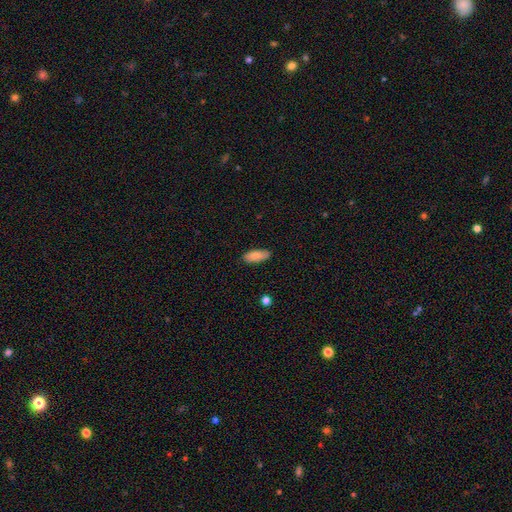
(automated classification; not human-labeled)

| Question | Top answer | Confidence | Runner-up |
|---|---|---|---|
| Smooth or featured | smooth | 84% | featured or disk (10%) |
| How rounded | in between | 80% | cigar-shaped (18%) |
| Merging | none | 85% | minor disturbance (11%) |